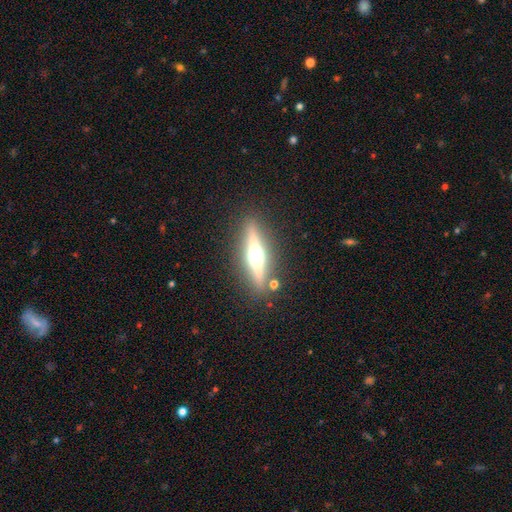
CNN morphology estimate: The model was most divided on "smooth or featured": featured or disk: 75%, smooth: 17%, star or artifact: 8%. More confident: edge-on bulge — rounded (96%); edge-on disk — yes (95%); merging — none (86%).